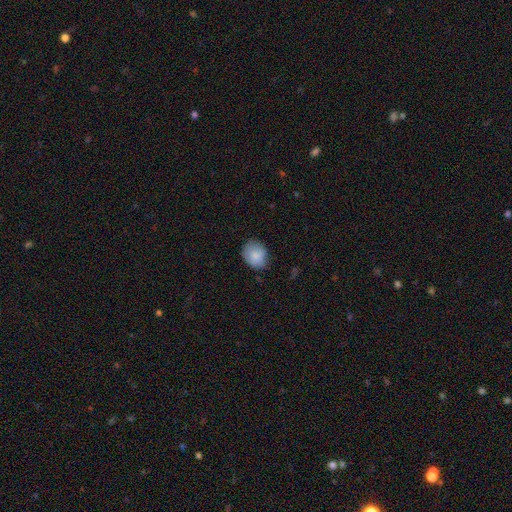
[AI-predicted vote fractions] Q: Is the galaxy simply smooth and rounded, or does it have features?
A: smooth — 85%.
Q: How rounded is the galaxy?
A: round — 54%.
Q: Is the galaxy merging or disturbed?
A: none — 68%.